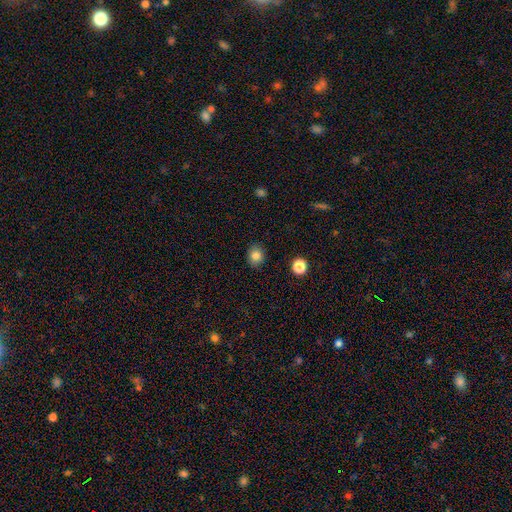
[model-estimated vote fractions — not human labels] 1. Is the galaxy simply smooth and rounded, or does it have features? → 83% smooth, 11% star or artifact, 6% featured or disk.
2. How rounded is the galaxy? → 61% round, 38% in between, 1% cigar-shaped.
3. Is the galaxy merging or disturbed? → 87% none, 10% minor disturbance, 2% major disturbance, 1% merger.